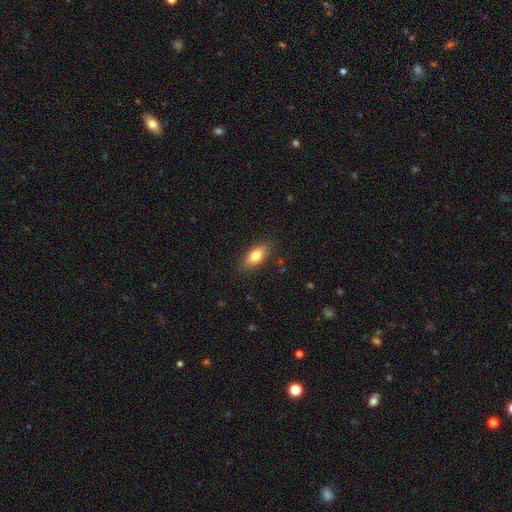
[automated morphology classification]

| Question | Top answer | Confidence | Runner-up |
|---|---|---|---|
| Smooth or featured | smooth | 80% | featured or disk (12%) |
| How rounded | in between | 86% | cigar-shaped (10%) |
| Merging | none | 86% | minor disturbance (10%) |